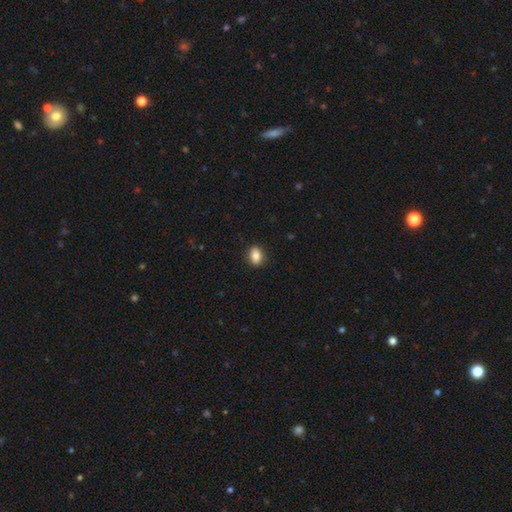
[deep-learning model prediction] A smooth galaxy with no disk features (84%) that is in between round and cigar-shaped (65%). Merging: none (89%).